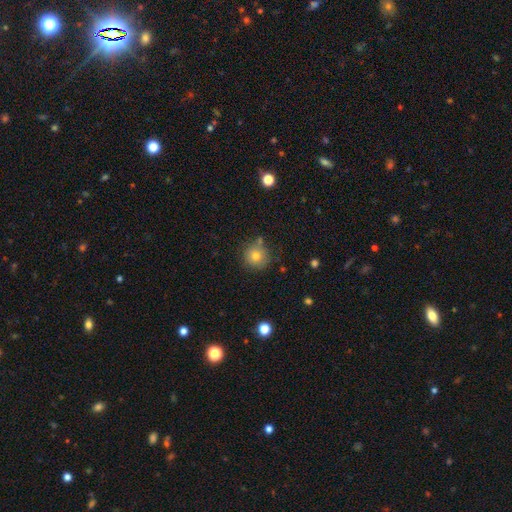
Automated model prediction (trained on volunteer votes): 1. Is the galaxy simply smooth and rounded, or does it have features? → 77% smooth, 12% star or artifact, 11% featured or disk.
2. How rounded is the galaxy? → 93% round, 6% in between, 1% cigar-shaped.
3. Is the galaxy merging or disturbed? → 76% none, 13% minor disturbance, 7% merger, 3% major disturbance.